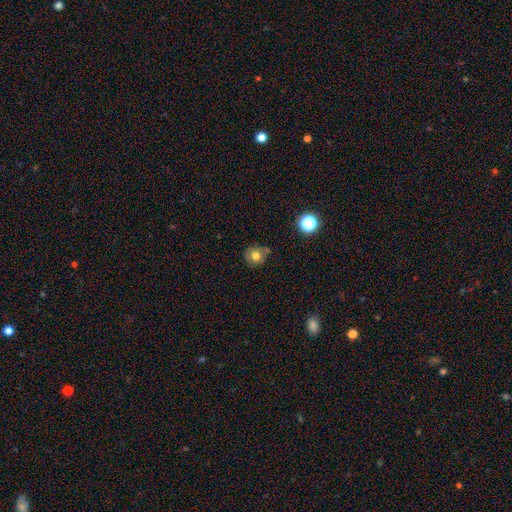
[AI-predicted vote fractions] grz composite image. It shows a smooth galaxy with no disk features (73%) that is round (87%). Merging: none (70%).